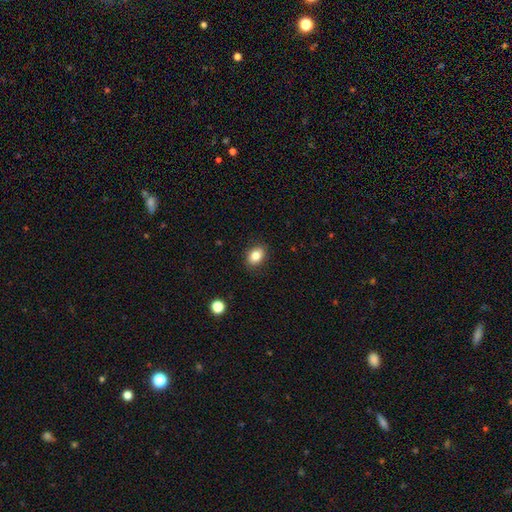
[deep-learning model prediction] Smooth or featured?
  - smooth: 84% *
  - star or artifact: 9%
  - featured or disk: 7%
How rounded?
  - in between: 72% *
  - round: 27%
  - cigar-shaped: 1%
Merging?
  - none: 88% *
  - minor disturbance: 9%
  - major disturbance: 2%
  - merger: 1%